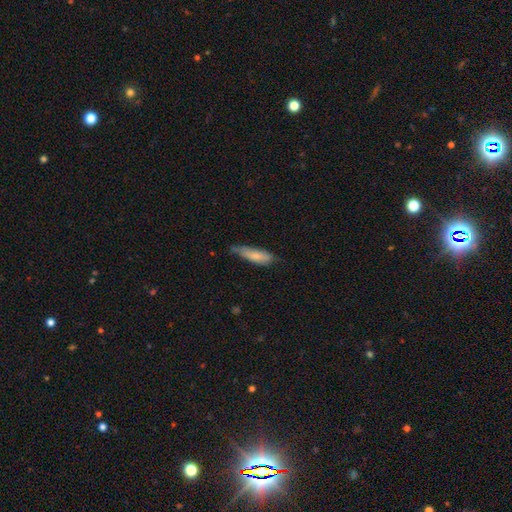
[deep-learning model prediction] This is likely a smooth galaxy (77%). How rounded: possibly cigar-shaped (57%). Merging: possibly none (51%).